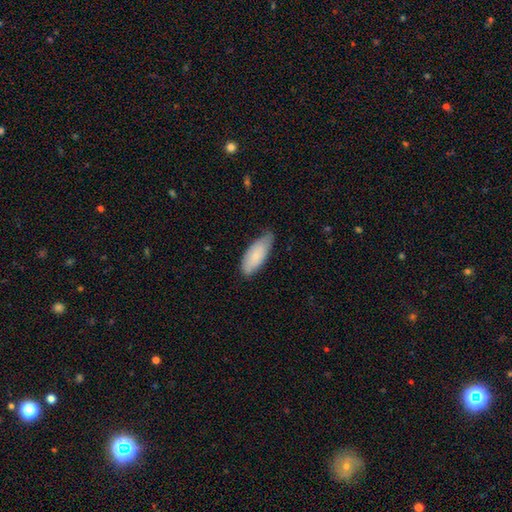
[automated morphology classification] Q: Smooth or featured?
A: smooth (75%); runner-up: featured or disk (19%)
Q: How rounded?
A: in between (82%); runner-up: cigar-shaped (16%)
Q: Merging?
A: none (61%); runner-up: minor disturbance (33%)